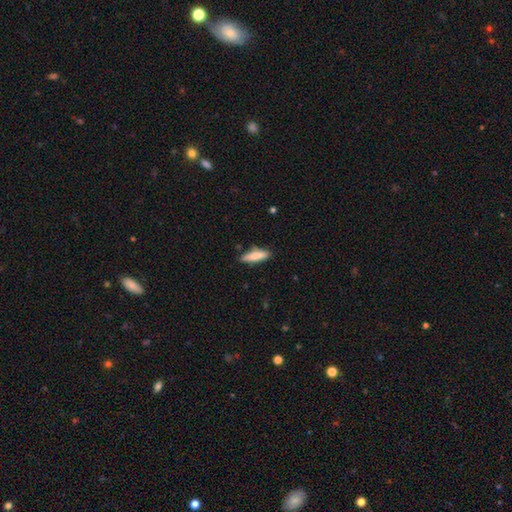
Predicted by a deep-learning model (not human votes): Smooth or featured?
  - smooth: 82% *
  - featured or disk: 12%
  - star or artifact: 6%
How rounded?
  - cigar-shaped: 66% *
  - in between: 32%
  - round: 2%
Merging?
  - none: 81% *
  - minor disturbance: 14%
  - major disturbance: 2%
  - merger: 2%